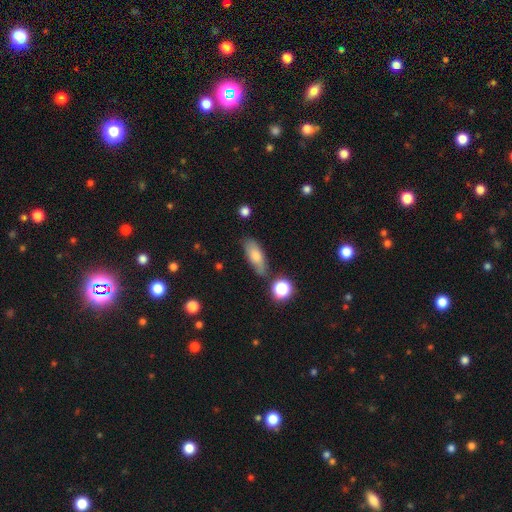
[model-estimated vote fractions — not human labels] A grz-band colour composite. It shows a smooth galaxy with no disk features (74%) that is in between round and cigar-shaped (73%). Merging: none (67%).